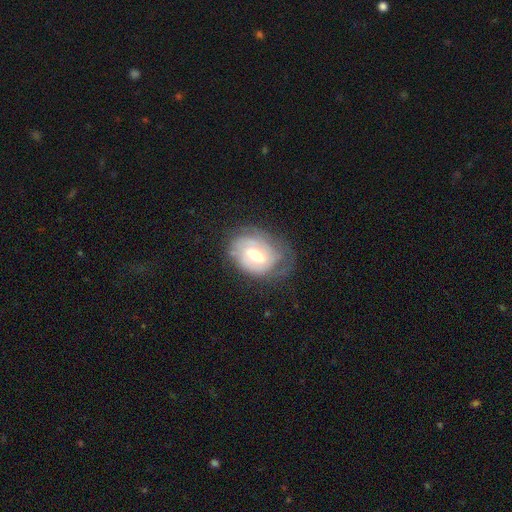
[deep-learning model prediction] smooth-or-featured: featured or disk: 69% | smooth: 24% | star or artifact: 7%
  disk-edge-on: no: 96% | yes: 4%
    bar: weak: 50% | no: 31% | strong: 18%
    has-spiral-arms: yes: 80% | no: 20%
      spiral-winding: tight: 62% | medium: 27% | loose: 11%
      spiral-arm-count: can't tell: 45% | 2: 31% | 3: 10% | 1: 8% | 4: 3% | more than 4: 3%
    bulge-size: moderate: 69% | small: 15% | large: 14% | none: 1% | dominant: 1%
  merging: none: 57% | minor disturbance: 27% | major disturbance: 14% | merger: 2%